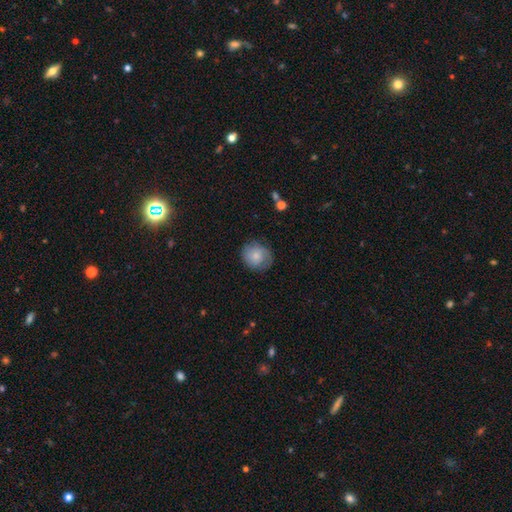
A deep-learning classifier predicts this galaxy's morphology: A smooth galaxy with no disk features (71%) that is round (82%).

Vote fractions:
- Smooth or featured? smooth: 71% / featured or disk: 21% / star or artifact: 7%
- How rounded? round: 82% / in between: 17% / cigar-shaped: 1%
- Merging? none: 75% / minor disturbance: 19% / major disturbance: 5% / merger: 1%